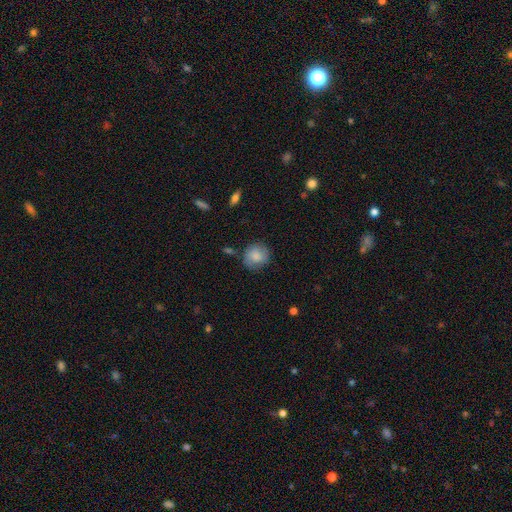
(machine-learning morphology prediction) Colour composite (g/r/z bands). It shows a smooth galaxy with no disk features (83%) that is round (84%). Merging: none (76%).